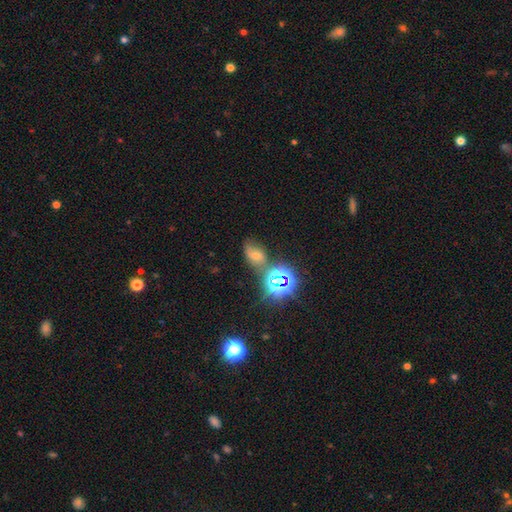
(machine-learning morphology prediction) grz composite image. It shows a star or artifact, not a galaxy (42%).